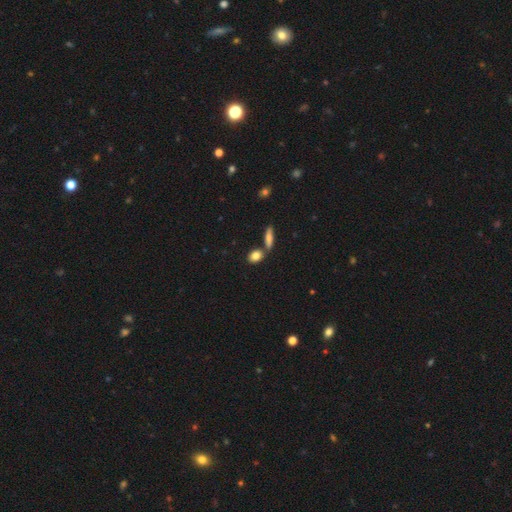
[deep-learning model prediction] Morphology: type=smooth (82%); roundness=in between (66%); merging=none (66%).